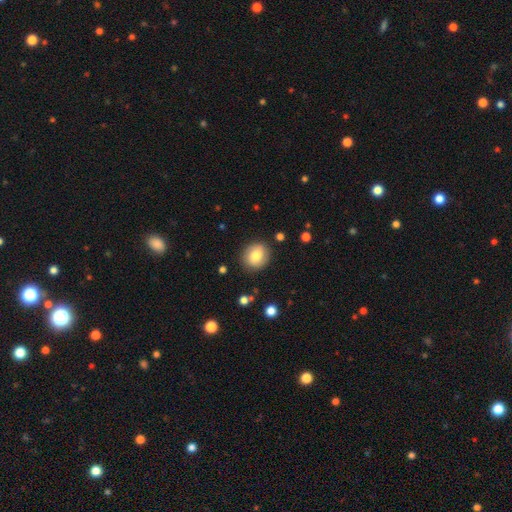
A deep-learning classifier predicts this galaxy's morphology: This appears to be a smooth galaxy with no disk features (76%) that is round (79%). Merging: none (86%).